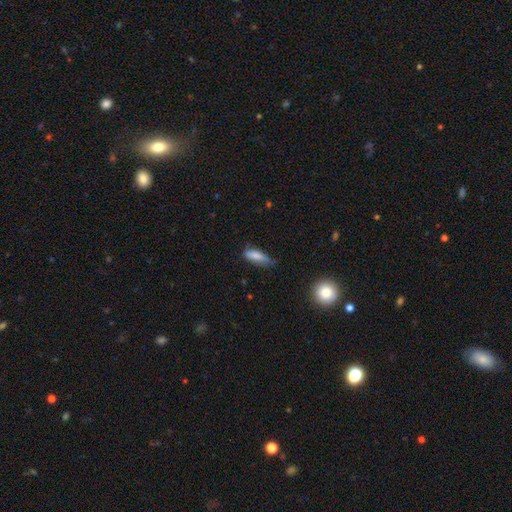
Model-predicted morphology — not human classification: type=smooth (79%); roundness=in between (56%); merging=none (52%).